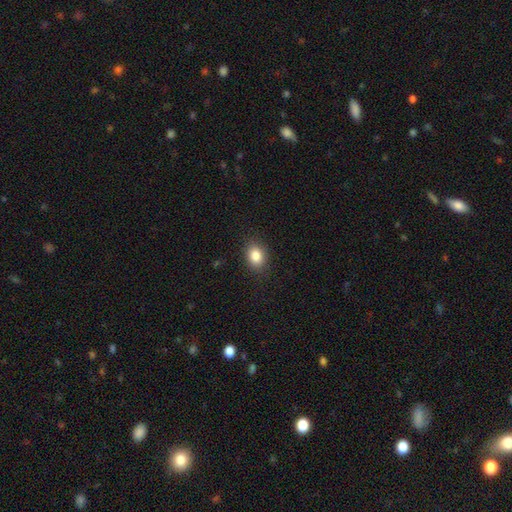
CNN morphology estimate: A smooth galaxy with no disk features (85%) that is in between round and cigar-shaped (65%). Merging: none (87%).